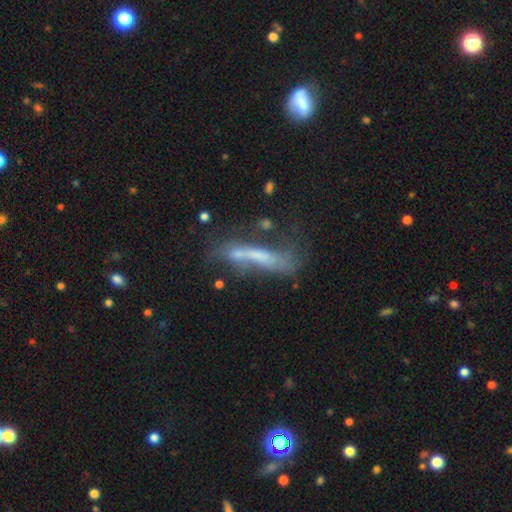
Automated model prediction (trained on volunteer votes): This appears to be a featured or disk galaxy (49%). Merging: none (34%).